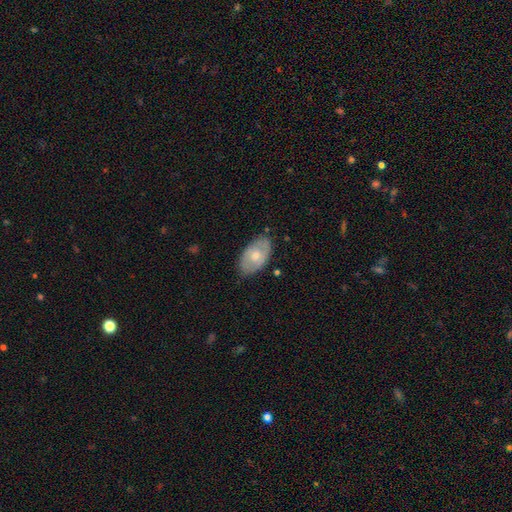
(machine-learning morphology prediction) smooth-or-featured: smooth: 52% | featured or disk: 43% | star or artifact: 6%
  how-rounded: in between: 90% | round: 8% | cigar-shaped: 2%
  merging: none: 80% | minor disturbance: 16% | major disturbance: 3% | merger: 1%